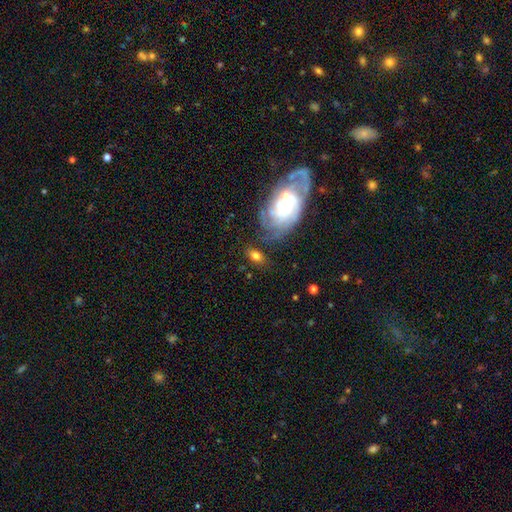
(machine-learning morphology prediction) Smooth or featured? Predicted: smooth (p=0.65). How rounded? Predicted: in between (p=0.84). Merging? Predicted: none (p=0.64).